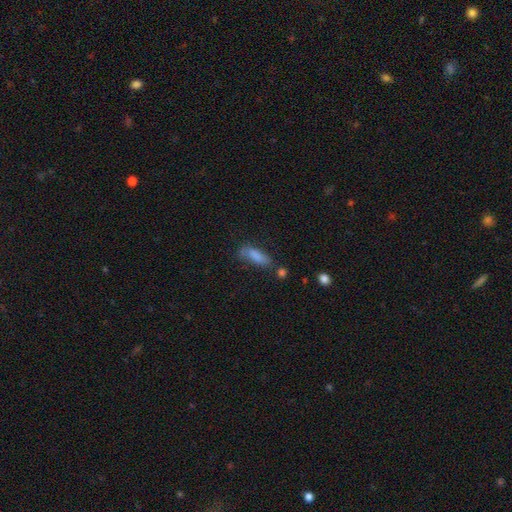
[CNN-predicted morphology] Smooth or featured? Predicted: smooth (p=0.80). How rounded? Predicted: in between (p=0.59). Merging? Predicted: none (p=0.54).